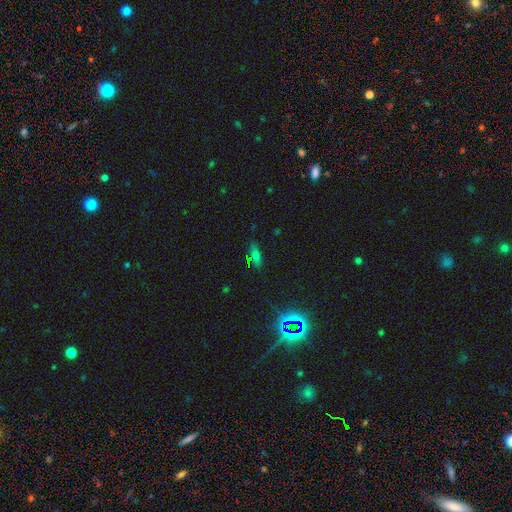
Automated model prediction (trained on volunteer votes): This appears to be a smooth galaxy with no disk features (56%) that is in between round and cigar-shaped (66%). Merging: none (79%).